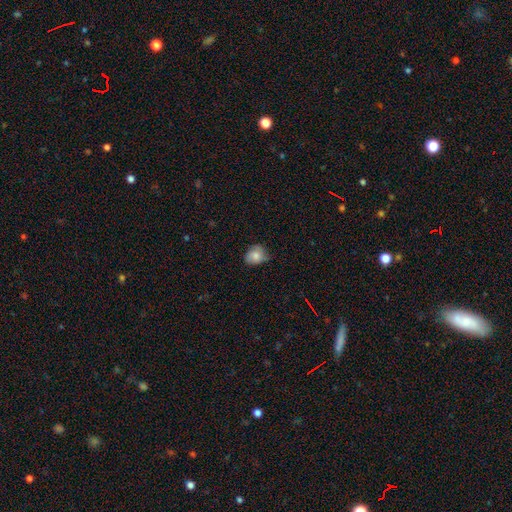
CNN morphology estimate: Smooth or featured? Predicted: smooth (p=0.76). How rounded? Predicted: round (p=0.60). Merging? Predicted: none (p=0.61).